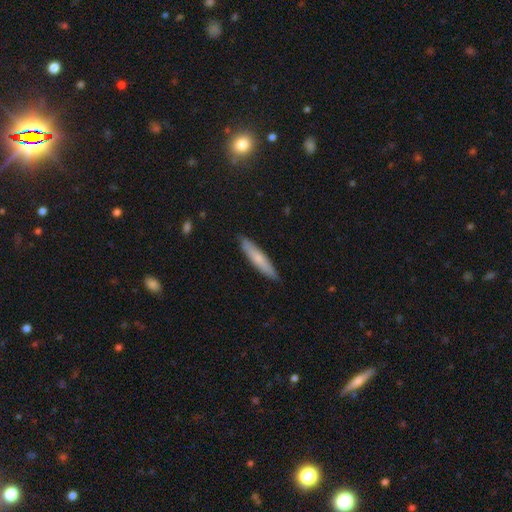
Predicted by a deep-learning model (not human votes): Smooth or featured?
  - smooth: 65% *
  - featured or disk: 29%
  - star or artifact: 6%
How rounded?
  - cigar-shaped: 89% *
  - in between: 10%
  - round: 1%
Merging?
  - none: 88% *
  - minor disturbance: 10%
  - major disturbance: 2%
  - merger: 1%